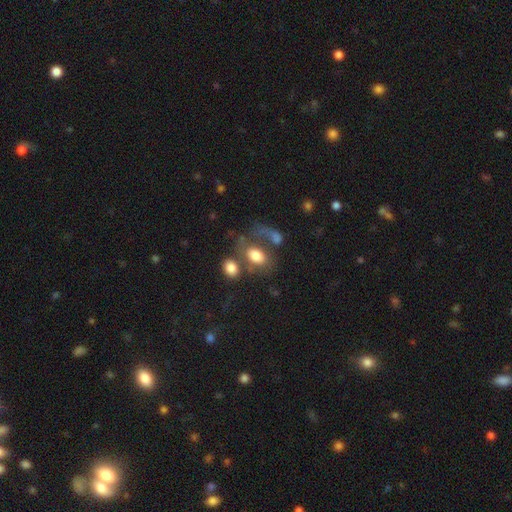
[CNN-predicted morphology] This is likely a smooth galaxy (64%). How rounded: clearly in between (81%). Merging: marginally merger (34%).